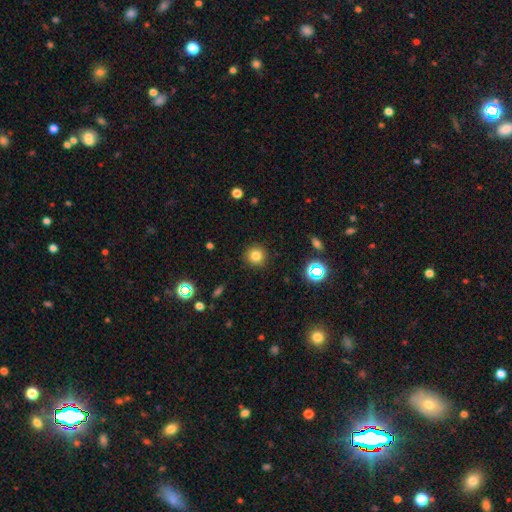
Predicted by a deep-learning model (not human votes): A smooth galaxy with no disk features (79%) that is round (93%).

Vote fractions:
- Smooth or featured? smooth: 79% / star or artifact: 15% / featured or disk: 6%
- How rounded? round: 93% / in between: 6% / cigar-shaped: 1%
- Merging? none: 91% / minor disturbance: 6% / major disturbance: 2% / merger: 1%